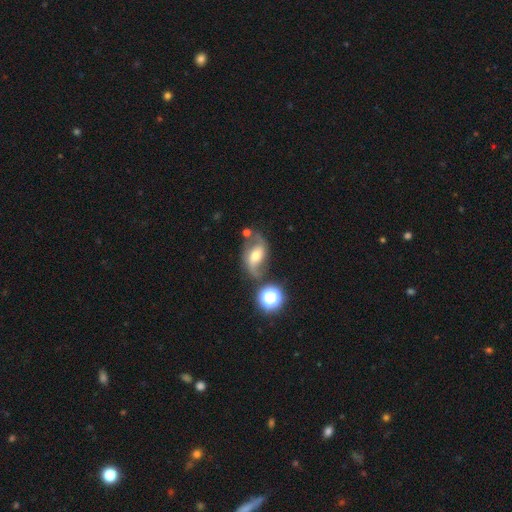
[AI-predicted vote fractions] Overall: featured or disk (68%). Edge-on disk: no (95%). Bar: no (39%; weak 38%). Spiral arms: yes (88%). Spiral arm count: 2 (85%). Spiral winding: loose (62%; medium 29%). Bulge size: moderate (62%; small 24%). Merging: none (53%; minor disturbance 20%).